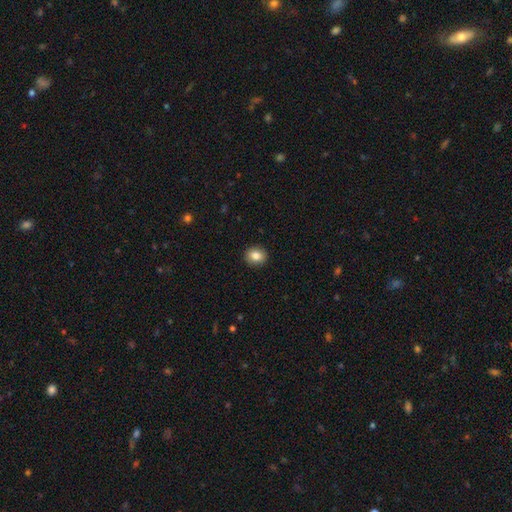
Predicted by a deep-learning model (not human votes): The model was most divided on "how rounded": round: 71%, in between: 28%, cigar-shaped: 1%. More confident: merging — none (91%); smooth or featured — smooth (85%).